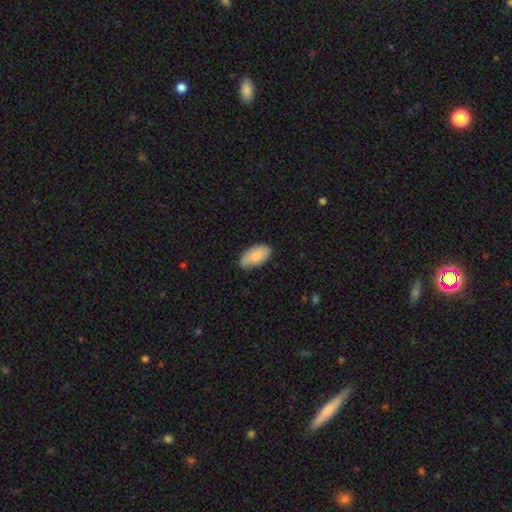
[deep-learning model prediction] Overall: smooth (85%). How rounded: in between (94%). Merging: none (79%).